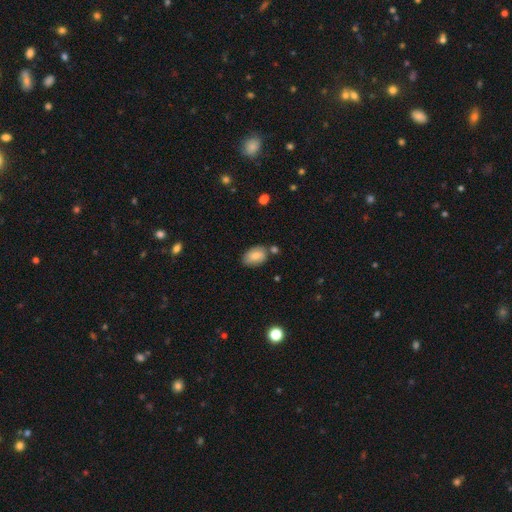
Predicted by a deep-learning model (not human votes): Smooth or featured: smooth — 77% (featured or disk — 15%)
How rounded: in between — 87% (round — 12%)
Merging: none — 70% (minor disturbance — 19%)